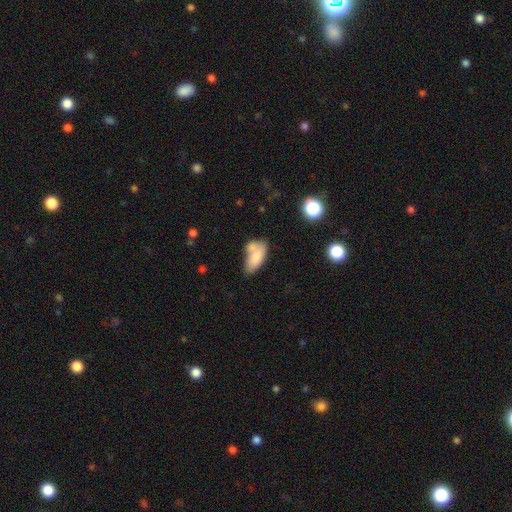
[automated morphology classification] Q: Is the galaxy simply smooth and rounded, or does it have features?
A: smooth — 77%.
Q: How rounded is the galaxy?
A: in between — 89%.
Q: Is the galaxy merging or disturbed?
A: merger — 38%.